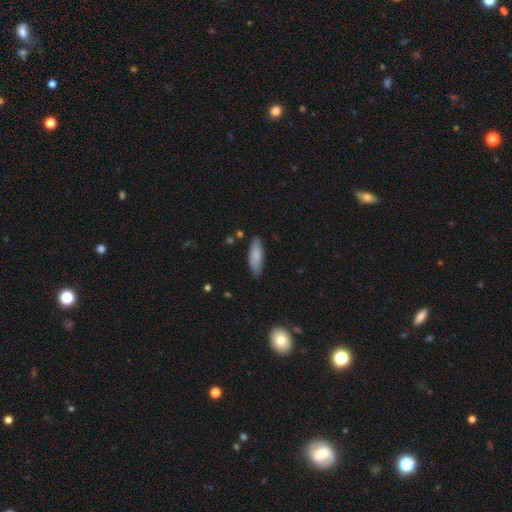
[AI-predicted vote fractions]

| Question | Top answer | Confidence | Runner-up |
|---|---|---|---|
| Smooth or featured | smooth | 81% | featured or disk (13%) |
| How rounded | in between | 55% | cigar-shaped (44%) |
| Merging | none | 81% | minor disturbance (15%) |